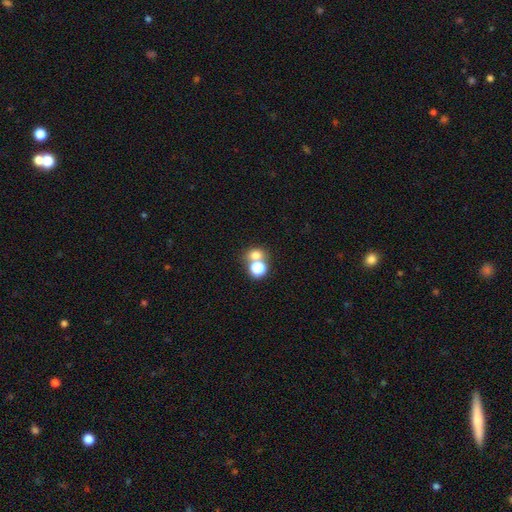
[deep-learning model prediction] A smooth galaxy with no disk features (69%) that is round (70%).

Vote fractions:
- Smooth or featured? smooth: 69% / star or artifact: 21% / featured or disk: 10%
- How rounded? round: 70% / in between: 29% / cigar-shaped: 1%
- Merging? none: 48% / merger: 42% / minor disturbance: 7% / major disturbance: 4%